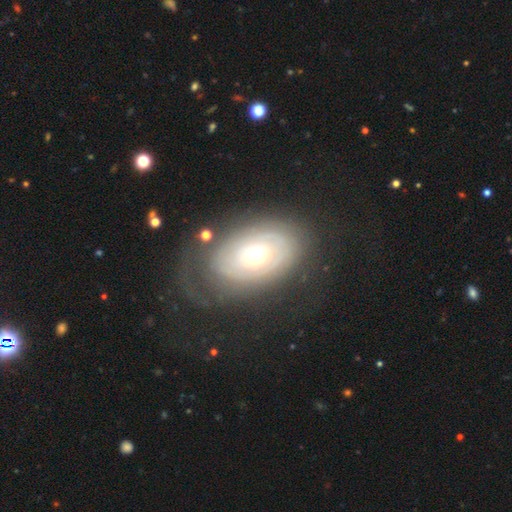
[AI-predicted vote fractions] Smooth or featured? Predicted: featured or disk (p=0.65). Edge-on disk? Predicted: no (p=0.93). Bar? Predicted: no (p=0.84). Spiral arms? Predicted: yes (p=0.59). Bulge size? Predicted: moderate (p=0.68). Merging? Predicted: none (p=0.63).